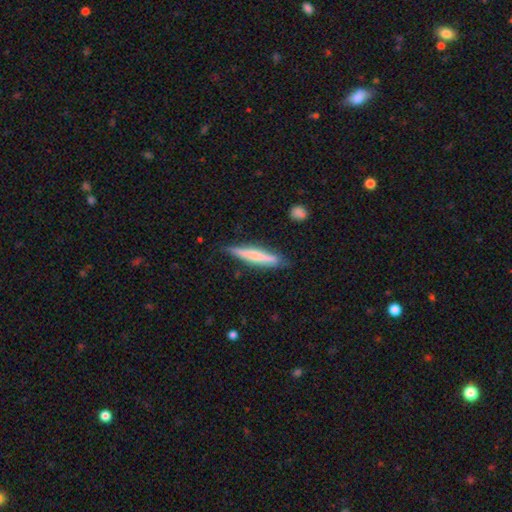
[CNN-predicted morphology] This appears to be a smooth galaxy with no disk features (59%) that is cigar-shaped (92%). Merging: none (80%).